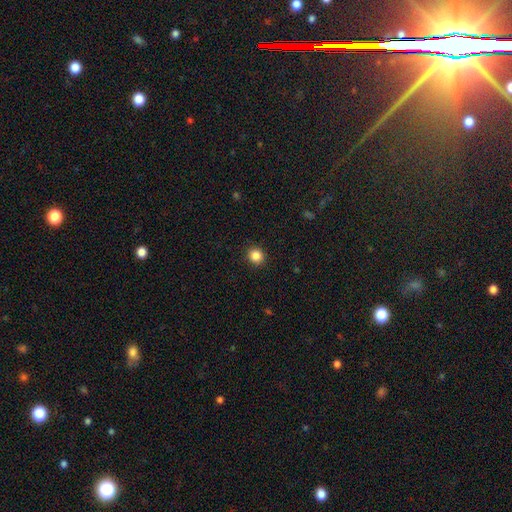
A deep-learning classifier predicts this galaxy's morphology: The model was most divided on "smooth or featured": smooth: 86%, star or artifact: 11%, featured or disk: 3%. More confident: merging — none (91%); how rounded — round (87%).